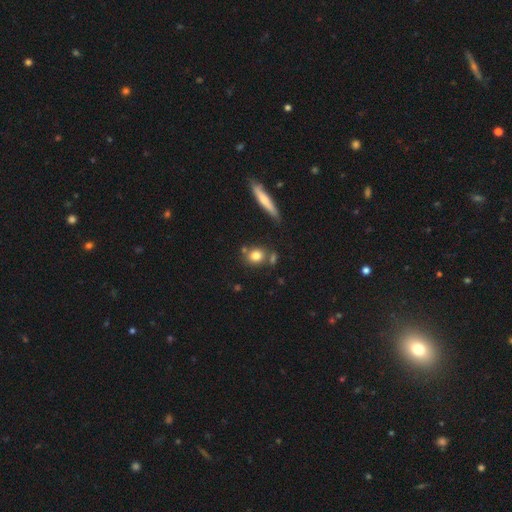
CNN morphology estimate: A smooth galaxy with no disk features (78%) that is round (63%).

Vote fractions:
- Smooth or featured? smooth: 78% / featured or disk: 12% / star or artifact: 10%
- How rounded? round: 63% / in between: 31% / cigar-shaped: 6%
- Merging? none: 68% / merger: 16% / minor disturbance: 12% / major disturbance: 4%